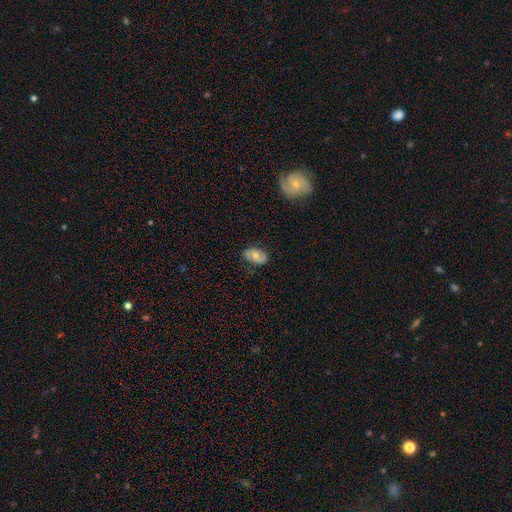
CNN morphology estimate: smooth_or_featured: smooth (p=0.55) [alt: featured or disk p=0.37]
how_rounded: in between (p=0.89) [alt: round p=0.09]
merging: none (p=0.76) [alt: minor disturbance p=0.18]